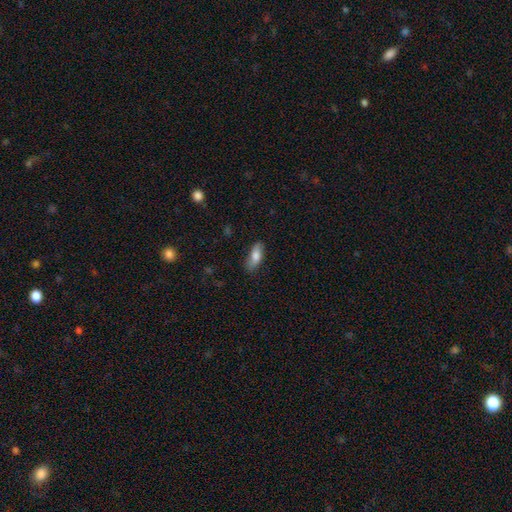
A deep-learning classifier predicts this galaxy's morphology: A smooth galaxy with no disk features (80%) that is in between round and cigar-shaped (72%). Merging: none (80%).